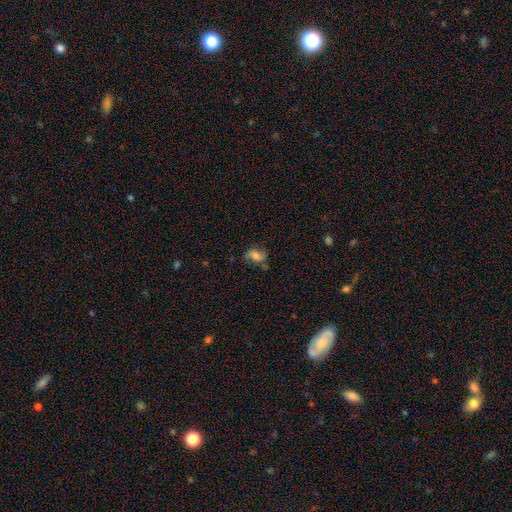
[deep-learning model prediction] Smooth or featured? smooth (63%)
How rounded? in between (80%)
Merging? none (49%)